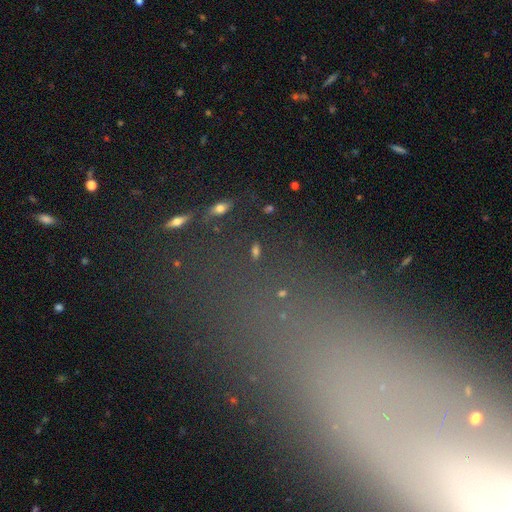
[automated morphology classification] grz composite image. It shows a star or artifact, not a galaxy (60%).